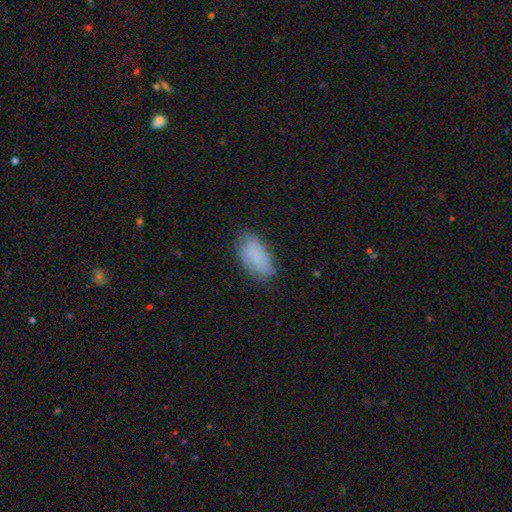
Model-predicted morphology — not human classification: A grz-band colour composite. It shows a smooth galaxy with no disk features (84%) that is in between round and cigar-shaped (94%). Merging: none (76%).